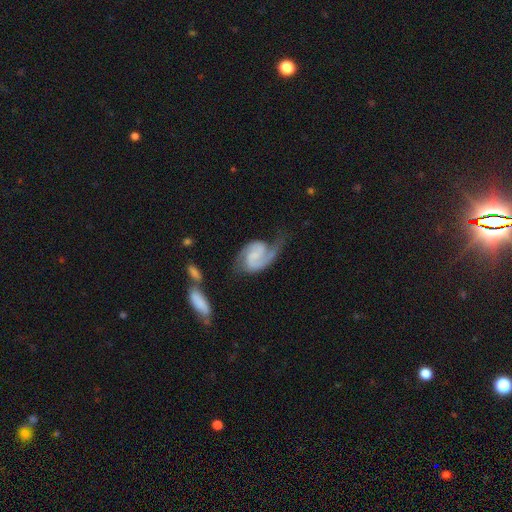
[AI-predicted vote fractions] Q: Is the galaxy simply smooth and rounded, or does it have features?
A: featured or disk — 85%.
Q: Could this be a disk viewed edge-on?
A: no — 98%.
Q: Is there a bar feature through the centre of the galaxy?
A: no — 45%.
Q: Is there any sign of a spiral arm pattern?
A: yes — 97%.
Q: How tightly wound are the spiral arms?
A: medium — 50%.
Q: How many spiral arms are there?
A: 2 — 84%.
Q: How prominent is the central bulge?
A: none — 43%.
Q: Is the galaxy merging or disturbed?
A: none — 51%.